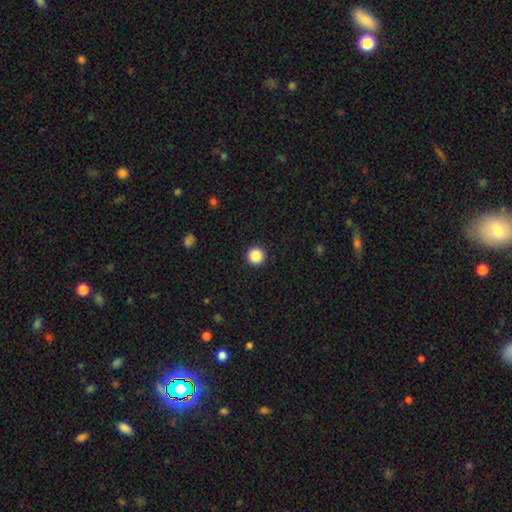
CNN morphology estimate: Smooth or featured?
  - smooth: 87% *
  - star or artifact: 10%
  - featured or disk: 3%
How rounded?
  - round: 97% *
  - in between: 2%
  - cigar-shaped: 1%
Merging?
  - none: 93% *
  - minor disturbance: 4%
  - major disturbance: 2%
  - merger: 1%